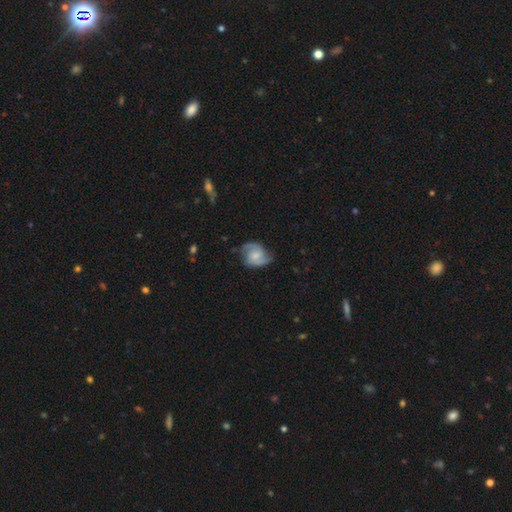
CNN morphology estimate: Overall: featured or disk (77%). Edge-on disk: no (98%). Bar: no (59%; weak 35%). Spiral arms: yes (95%). Spiral arm count: 2 (88%). Spiral winding: medium (50%; tight 26%). Bulge size: small (51%; moderate 36%). Merging: none (69%).